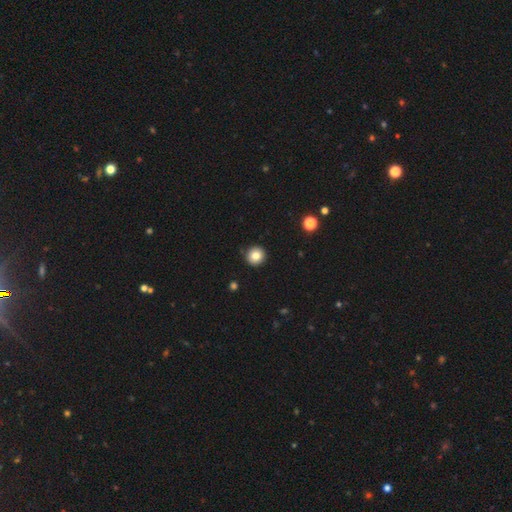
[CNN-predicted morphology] A smooth galaxy with no disk features (82%) that is round (95%).

Vote fractions:
- Smooth or featured? smooth: 82% / star or artifact: 10% / featured or disk: 7%
- How rounded? round: 95% / in between: 4% / cigar-shaped: 1%
- Merging? none: 91% / minor disturbance: 6% / major disturbance: 2% / merger: 1%